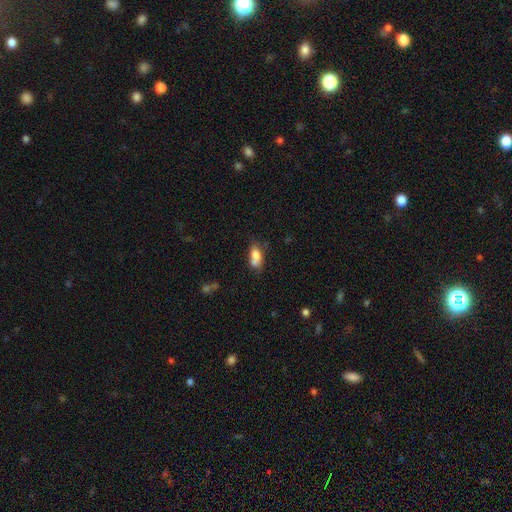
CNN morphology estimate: Smooth or featured?
  - smooth: 75% *
  - featured or disk: 16%
  - star or artifact: 9%
How rounded?
  - in between: 82% *
  - cigar-shaped: 11%
  - round: 7%
Merging?
  - none: 41% *
  - merger: 27%
  - minor disturbance: 23%
  - major disturbance: 8%